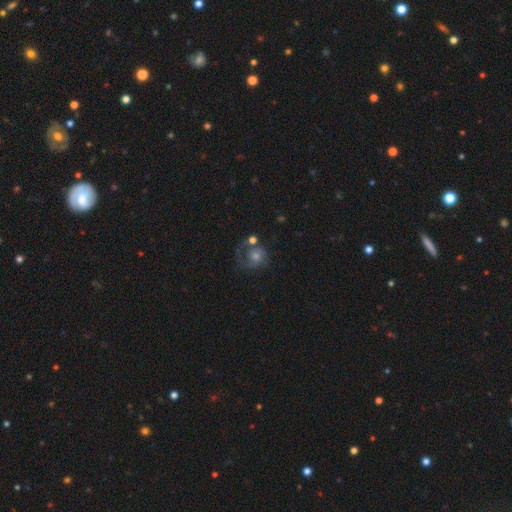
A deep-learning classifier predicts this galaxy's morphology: Smooth or featured? Predicted: featured or disk (p=0.63). Edge-on disk? Predicted: no (p=0.98). Bar? Predicted: no (p=0.77). Spiral arms? Predicted: yes (p=0.83). Spiral winding? Predicted: medium (p=0.41). Spiral arm count? Predicted: 1 (p=0.47). Bulge size? Predicted: moderate (p=0.54). Merging? Predicted: none (p=0.47).